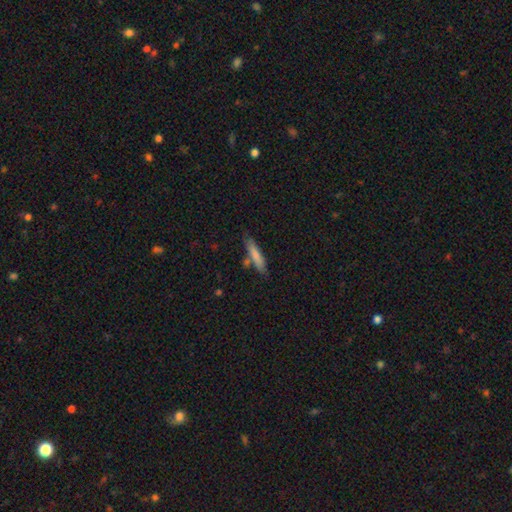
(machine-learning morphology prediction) Smooth or featured: smooth — 78% (featured or disk — 16%)
How rounded: cigar-shaped — 85% (in between — 14%)
Merging: none — 73% (minor disturbance — 15%)